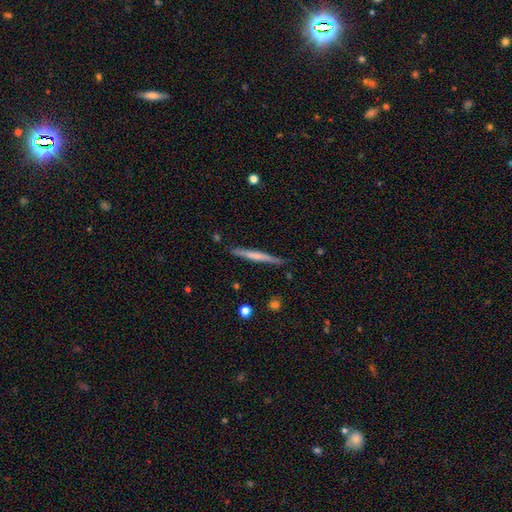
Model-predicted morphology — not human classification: Q: Smooth or featured?
A: smooth (49%); runner-up: featured or disk (45%)
Q: Merging?
A: none (88%); runner-up: minor disturbance (9%)